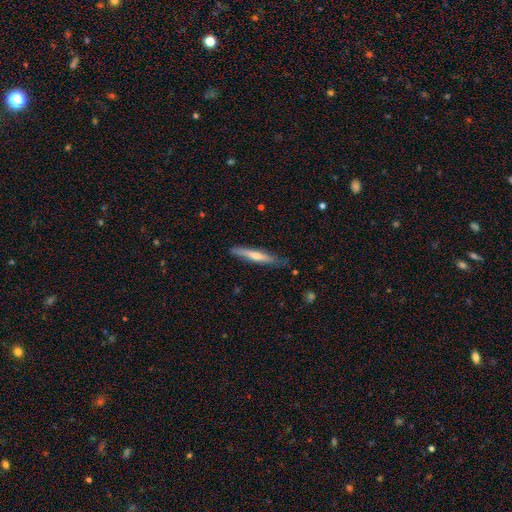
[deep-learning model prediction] Smooth or featured? Predicted: featured or disk (p=0.56). Edge-on disk? Predicted: yes (p=0.93). Edge-on bulge? Predicted: rounded (p=0.71). Merging? Predicted: none (p=0.84).